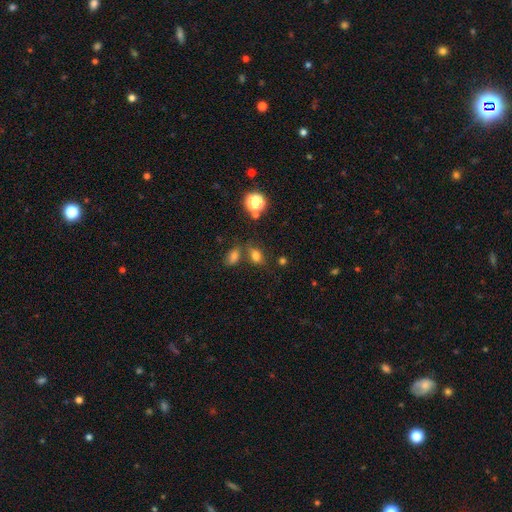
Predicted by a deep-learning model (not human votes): A smooth galaxy with no disk features (74%) that is in between round and cigar-shaped (72%).

Vote fractions:
- Smooth or featured? smooth: 74% / star or artifact: 18% / featured or disk: 9%
- How rounded? in between: 72% / round: 26% / cigar-shaped: 3%
- Merging? none: 65% / merger: 17% / minor disturbance: 13% / major disturbance: 5%